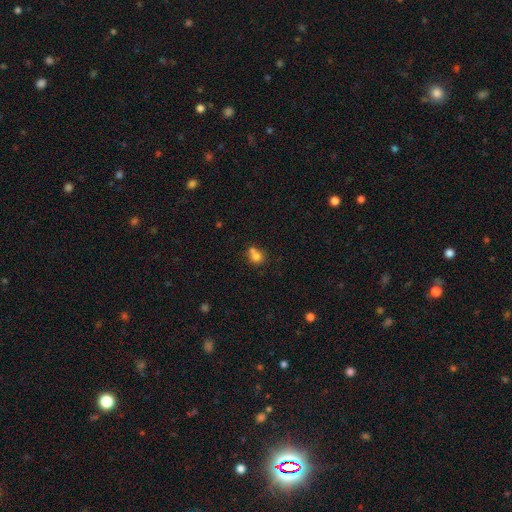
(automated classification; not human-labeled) A smooth galaxy with no disk features (77%) that is round (76%). Merging: merger (47%).